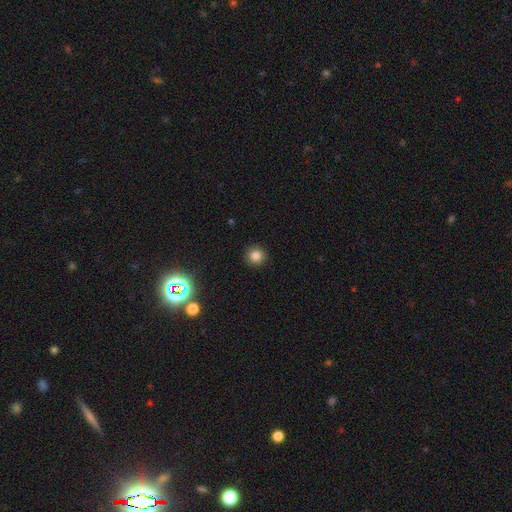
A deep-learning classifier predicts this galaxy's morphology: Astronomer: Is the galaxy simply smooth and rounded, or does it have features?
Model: smooth — 82%.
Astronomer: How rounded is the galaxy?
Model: round — 95%.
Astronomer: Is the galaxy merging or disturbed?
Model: none — 92%.